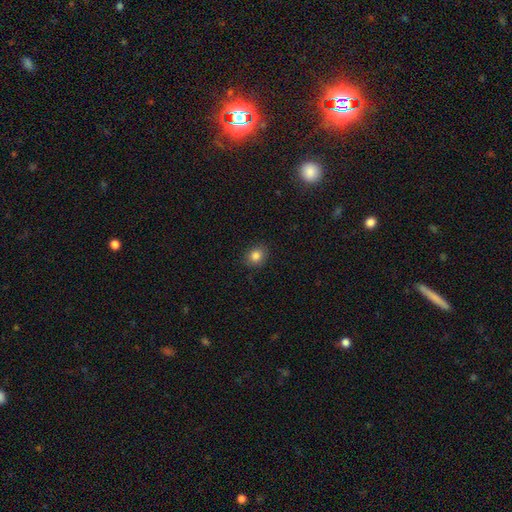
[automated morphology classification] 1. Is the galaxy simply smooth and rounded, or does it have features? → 84% smooth, 11% star or artifact, 6% featured or disk.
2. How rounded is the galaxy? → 67% round, 32% in between, 1% cigar-shaped.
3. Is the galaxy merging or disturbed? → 88% none, 9% minor disturbance, 2% major disturbance, 1% merger.